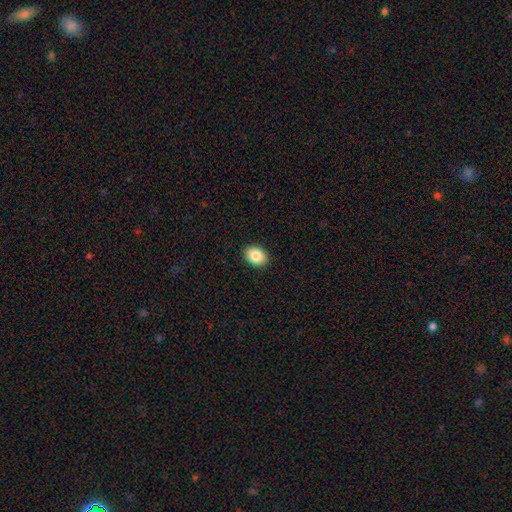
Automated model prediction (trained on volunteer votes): The model was most divided on "how rounded": in between: 67%, round: 32%, cigar-shaped: 1%. More confident: merging — none (91%); smooth or featured — smooth (87%).